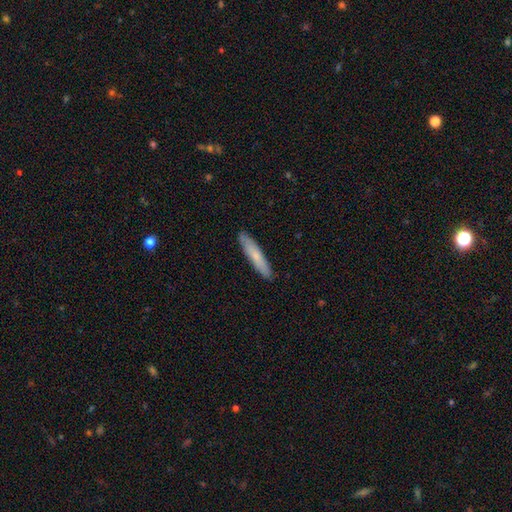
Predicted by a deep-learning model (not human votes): smooth 69%, featured or disk 25%, star or artifact 6%. Down the decision tree: how rounded — cigar-shaped (89%); merging — none (90%).